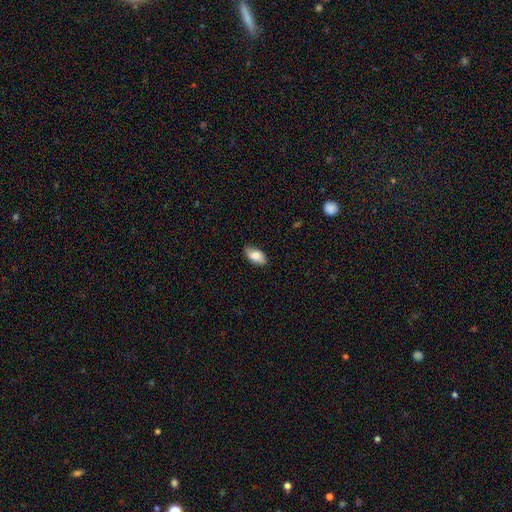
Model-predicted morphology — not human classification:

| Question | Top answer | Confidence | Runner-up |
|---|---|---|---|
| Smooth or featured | smooth | 80% | featured or disk (13%) |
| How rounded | in between | 93% | round (4%) |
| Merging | none | 79% | minor disturbance (17%) |